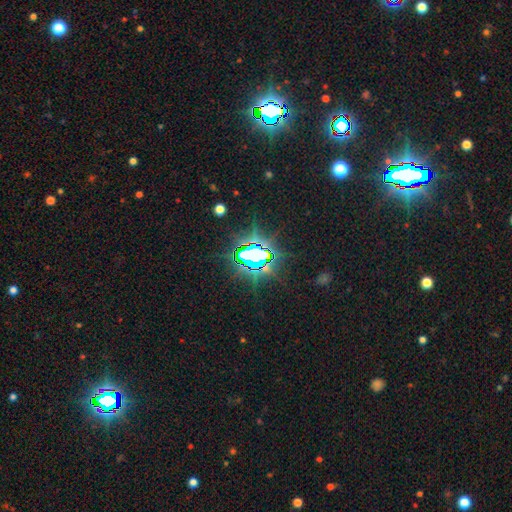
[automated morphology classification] smooth-or-featured: star or artifact: 81% | smooth: 9% | featured or disk: 9%